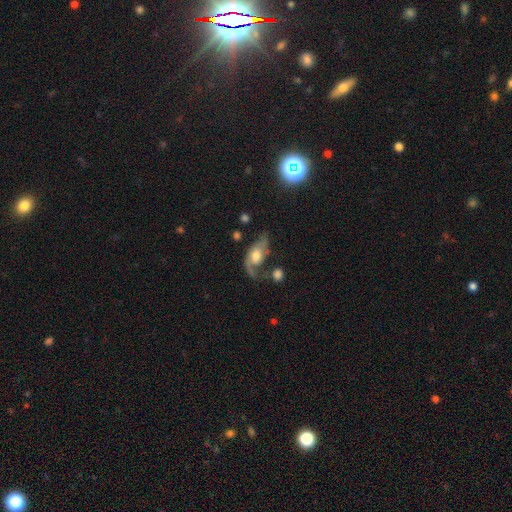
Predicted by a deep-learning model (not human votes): This is likely a featured or disk galaxy (67%). It is clearly not viewed edge-on (93%). Bar: likely no (72%). Spiral arm pattern: clearly yes (84%). Spiral arm count: possibly 2 (54%). Spiral winding: possibly loose (55%). Central bulge: possibly moderate (58%). Merging: marginally none (34%, tied with major disturbance).